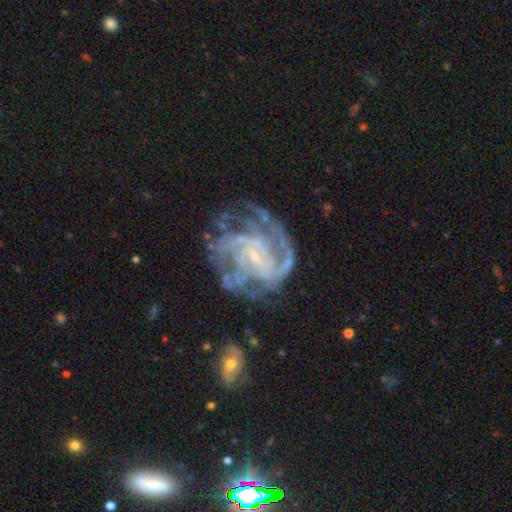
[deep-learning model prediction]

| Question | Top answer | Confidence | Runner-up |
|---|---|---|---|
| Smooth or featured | featured or disk | 88% | star or artifact (6%) |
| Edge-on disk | no | 98% | yes (2%) |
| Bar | weak | 46% | no (39%) |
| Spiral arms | yes | 95% | no (5%) |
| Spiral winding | tight | 49% | medium (41%) |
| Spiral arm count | can't tell | 26% | 3 (23%) |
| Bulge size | small | 74% | moderate (12%) |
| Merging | none | 55% | major disturbance (21%) |